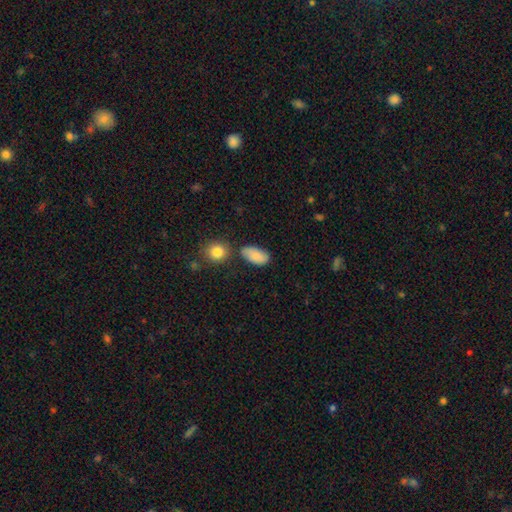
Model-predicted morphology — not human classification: This appears to be a smooth galaxy with no disk features (85%) that is in between round and cigar-shaped (93%). Merging: none (66%).